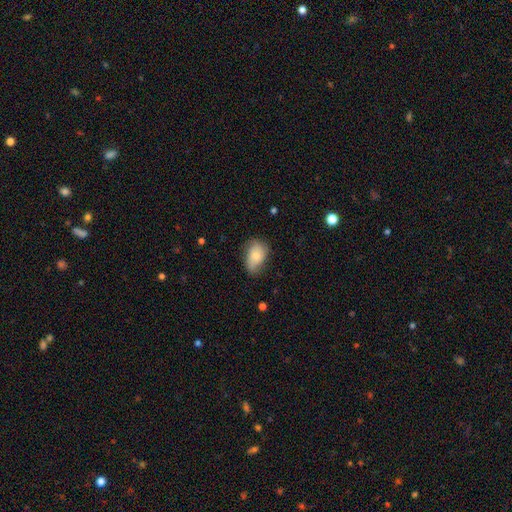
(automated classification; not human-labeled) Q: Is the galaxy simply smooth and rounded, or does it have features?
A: smooth — 71%.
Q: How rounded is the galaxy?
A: in between — 86%.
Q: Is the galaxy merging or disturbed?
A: none — 56%.